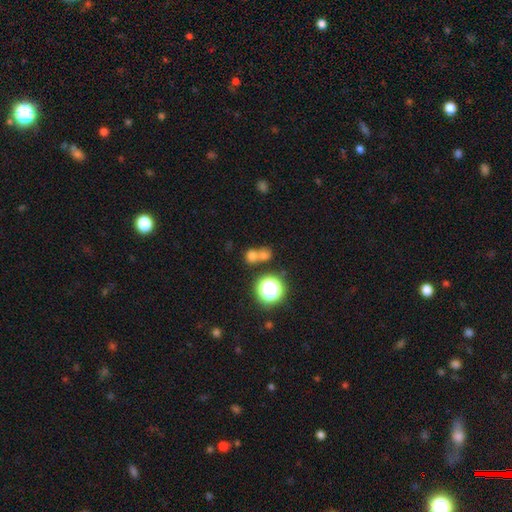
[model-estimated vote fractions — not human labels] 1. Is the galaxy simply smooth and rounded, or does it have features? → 68% smooth, 22% star or artifact, 10% featured or disk.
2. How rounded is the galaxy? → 79% round, 20% in between, 1% cigar-shaped.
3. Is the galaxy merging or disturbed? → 47% merger, 43% none, 7% minor disturbance, 3% major disturbance.